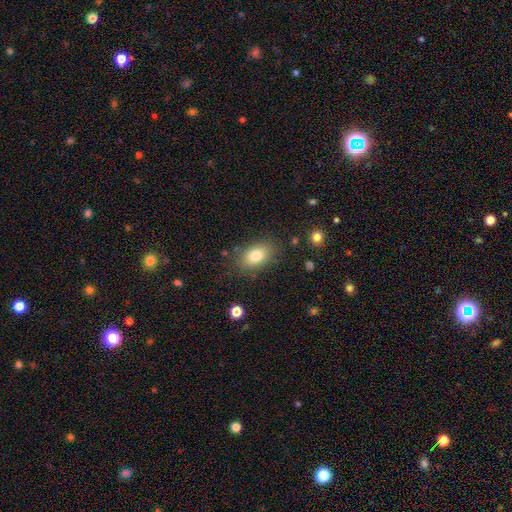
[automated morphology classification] Smooth or featured? smooth (80%)
How rounded? in between (87%)
Merging? none (81%)